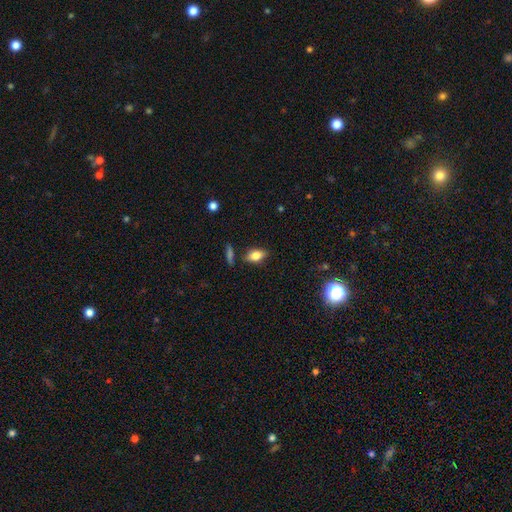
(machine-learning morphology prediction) The model was most divided on "smooth or featured": smooth: 77%, featured or disk: 15%, star or artifact: 9%. More confident: how rounded — in between (86%); merging — none (79%).